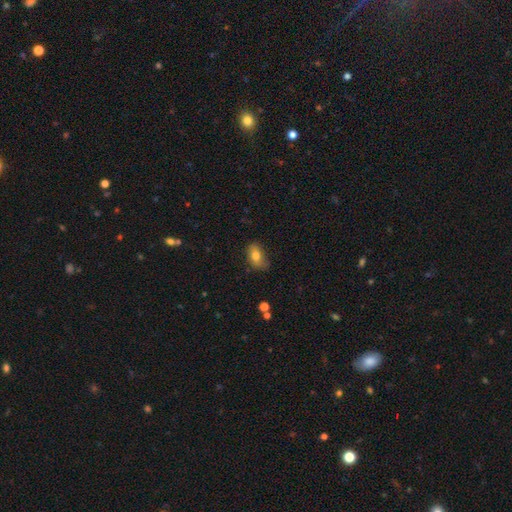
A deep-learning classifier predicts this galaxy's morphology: smooth 75%, featured or disk 17%, star or artifact 9%. Down the decision tree: how rounded — in between (86%); merging — none (59%).